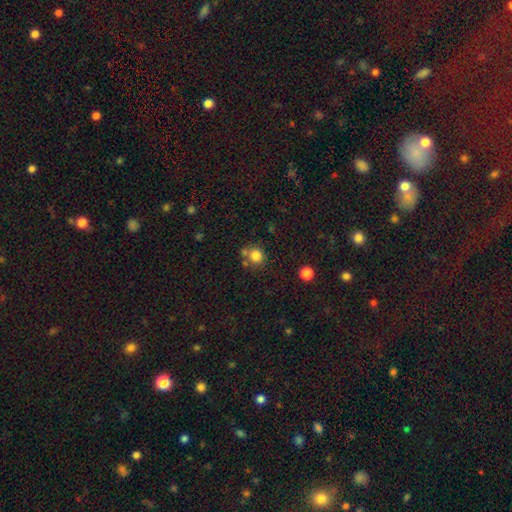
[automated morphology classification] A smooth galaxy with no disk features (80%) that is round (84%).

Vote fractions:
- Smooth or featured? smooth: 80% / star or artifact: 12% / featured or disk: 7%
- How rounded? round: 84% / in between: 15% / cigar-shaped: 1%
- Merging? none: 64% / merger: 20% / minor disturbance: 12% / major disturbance: 4%